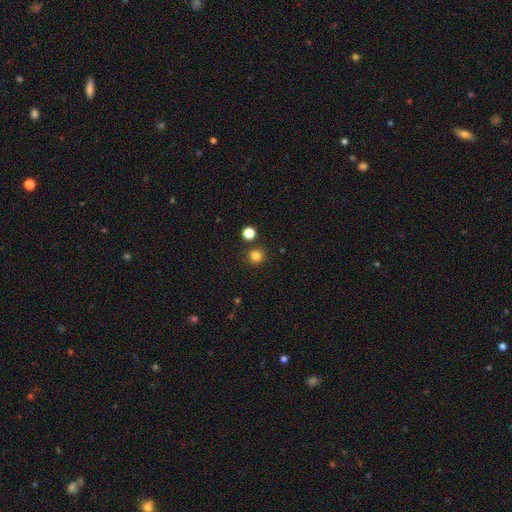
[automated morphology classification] type=smooth (82%); roundness=round (92%); merging=none (85%).